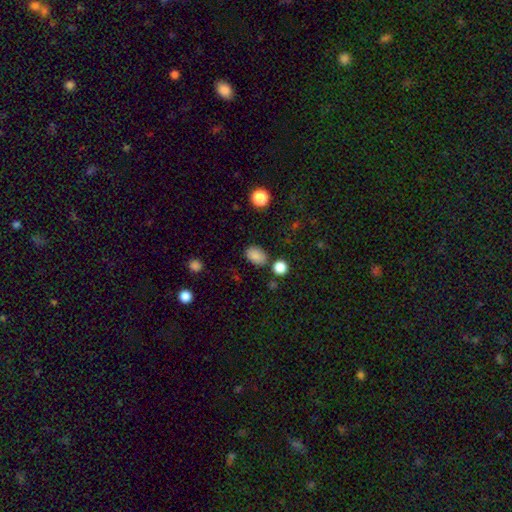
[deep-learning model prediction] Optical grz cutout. It shows a smooth galaxy with no disk features (86%) that is in between round and cigar-shaped (79%). Merging: none (78%).